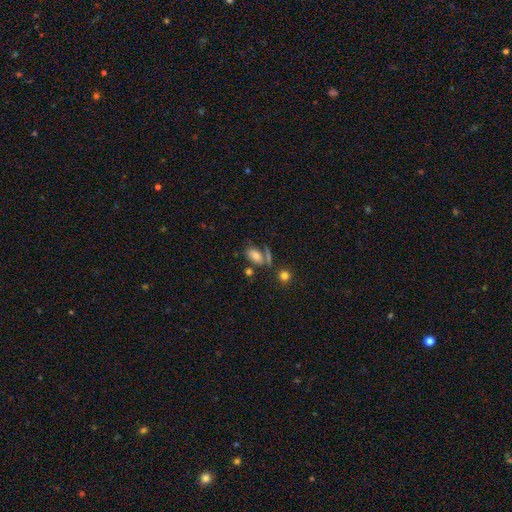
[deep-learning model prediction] This appears to be a smooth galaxy with no disk features (70%) that is in between round and cigar-shaped (88%). Merging: none (48%).